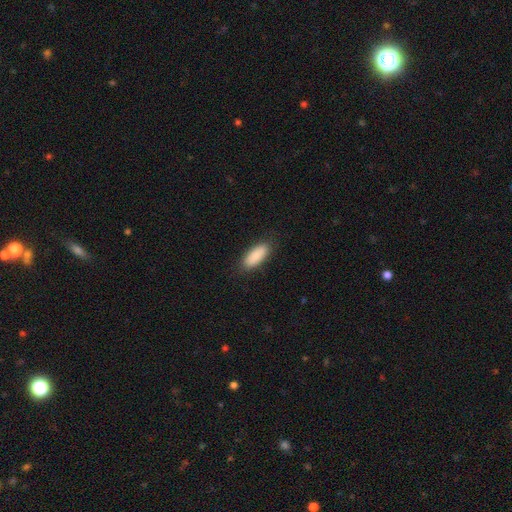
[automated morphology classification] Smooth or featured? Predicted: smooth (p=0.89). How rounded? Predicted: in between (p=0.81). Merging? Predicted: none (p=0.87).